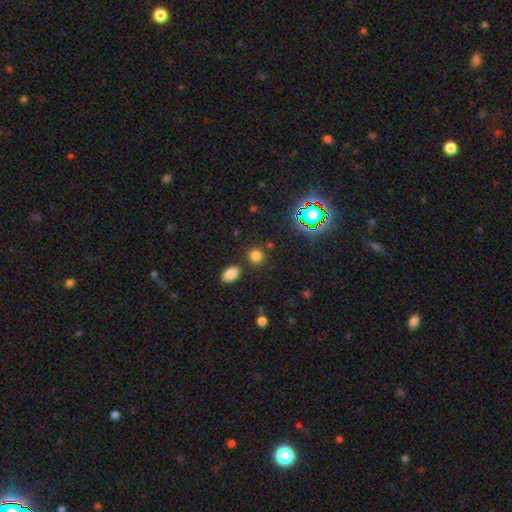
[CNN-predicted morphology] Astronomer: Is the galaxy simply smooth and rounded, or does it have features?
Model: smooth — 77%.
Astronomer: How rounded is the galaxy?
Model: round — 81%.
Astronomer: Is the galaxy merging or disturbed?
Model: none — 81%.